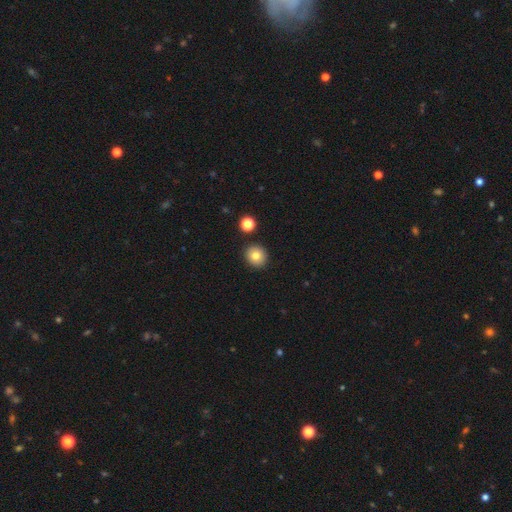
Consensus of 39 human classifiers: Smooth or featured: smooth — 85% (star or artifact — 10%)
How rounded: round — 76% (in between — 24%)
Merging: none — 94% (minor disturbance — 3%)